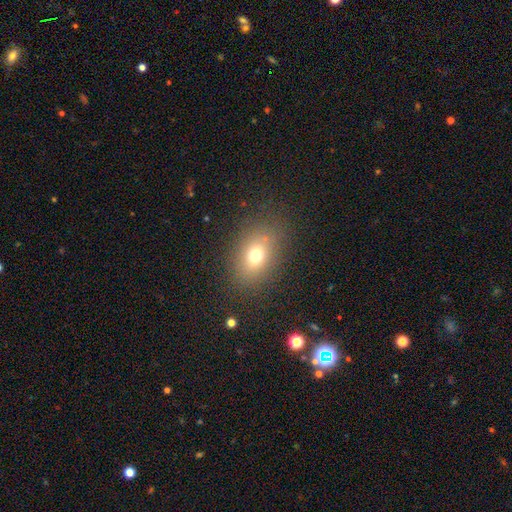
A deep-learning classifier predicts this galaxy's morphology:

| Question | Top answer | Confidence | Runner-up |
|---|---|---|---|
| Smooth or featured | smooth | 71% | star or artifact (15%) |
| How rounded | in between | 71% | round (28%) |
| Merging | none | 81% | minor disturbance (11%) |